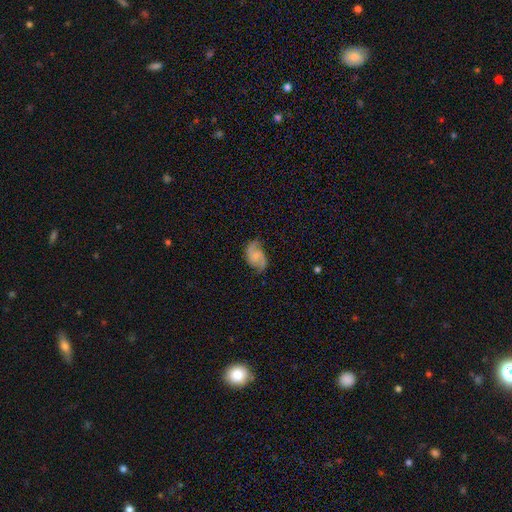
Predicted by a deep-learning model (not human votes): This appears to be a featured or disk galaxy (73%) with no bar (46%), 2 (90%) medium (47%) spiral arms (95%) and a small central bulge (43%). Merging: none (75%).